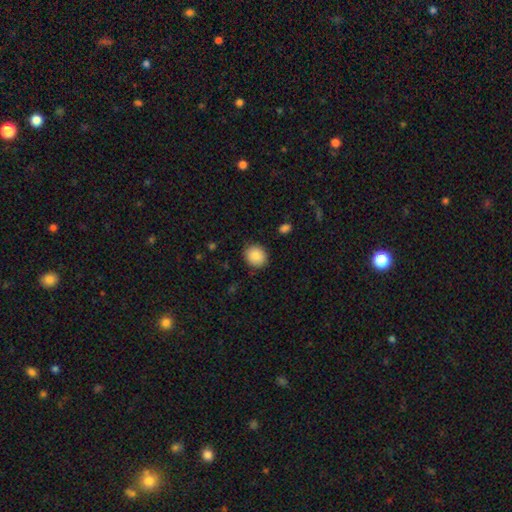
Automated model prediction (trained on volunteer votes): Morphology: type=smooth (88%); roundness=round (74%); merging=none (88%).